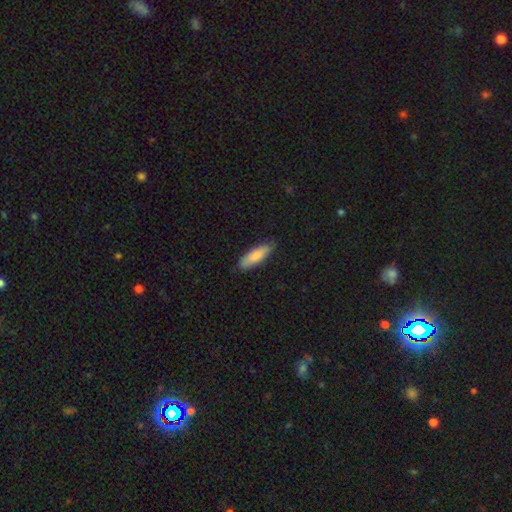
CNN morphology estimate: smooth_or_featured: smooth (p=0.81) [alt: featured or disk p=0.14]
how_rounded: cigar-shaped (p=0.51) [alt: in between p=0.48]
merging: none (p=0.84) [alt: minor disturbance p=0.13]